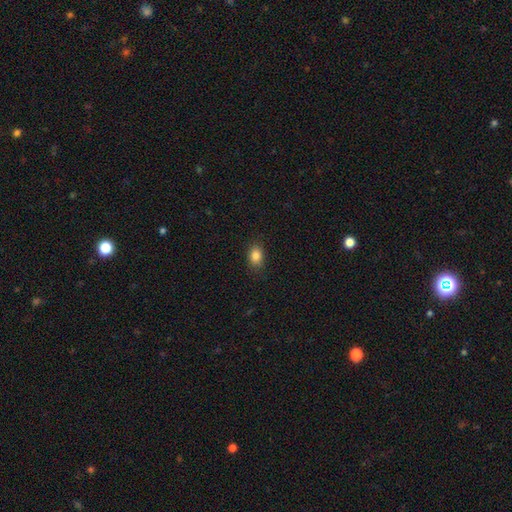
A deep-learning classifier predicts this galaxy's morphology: A smooth galaxy with no disk features (85%) that is in between round and cigar-shaped (77%). Merging: none (87%).